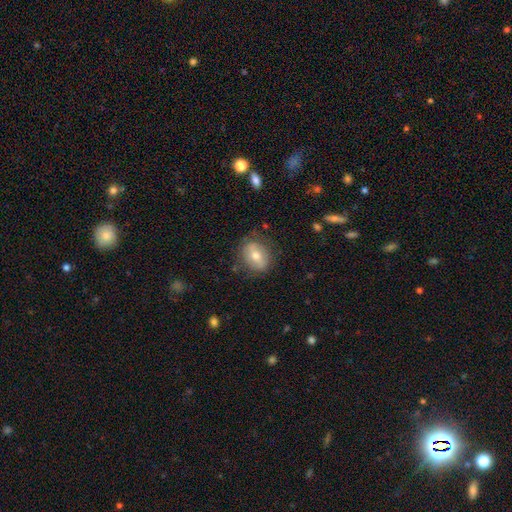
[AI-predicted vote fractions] A smooth galaxy with no disk features (62%) that is in between round and cigar-shaped (54%).

Vote fractions:
- Smooth or featured? smooth: 62% / featured or disk: 29% / star or artifact: 9%
- How rounded? in between: 54% / round: 45% / cigar-shaped: 2%
- Merging? none: 78% / minor disturbance: 16% / major disturbance: 5% / merger: 2%